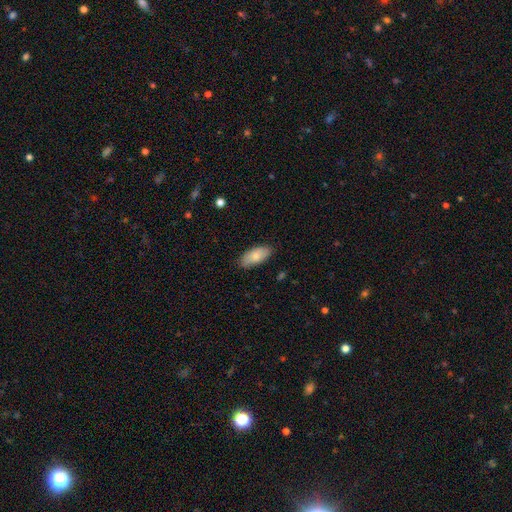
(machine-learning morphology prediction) The model was most divided on "smooth or featured": smooth: 78%, featured or disk: 15%, star or artifact: 6%. More confident: how rounded — in between (89%); merging — none (83%).